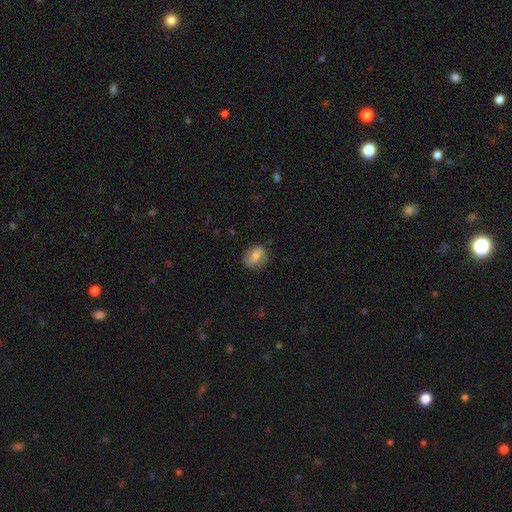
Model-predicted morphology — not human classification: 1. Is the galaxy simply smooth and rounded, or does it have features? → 70% smooth, 22% featured or disk, 8% star or artifact.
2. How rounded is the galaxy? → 58% in between, 40% round, 2% cigar-shaped.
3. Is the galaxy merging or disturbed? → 74% none, 20% minor disturbance, 5% major disturbance, 1% merger.